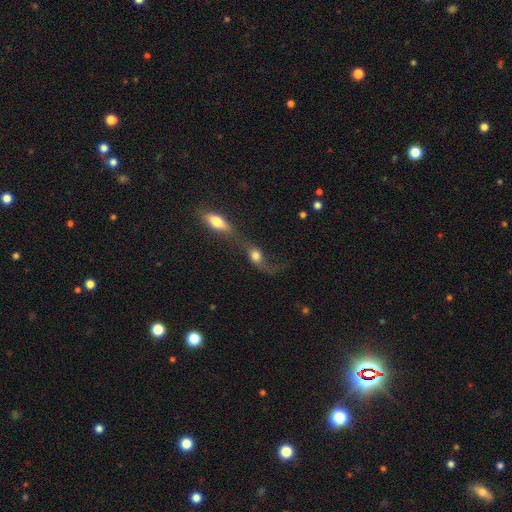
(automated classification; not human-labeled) Q: Smooth or featured?
A: smooth (52%); runner-up: featured or disk (37%)
Q: How rounded?
A: in between (57%); runner-up: round (32%)
Q: Merging?
A: merger (59%); runner-up: major disturbance (17%)